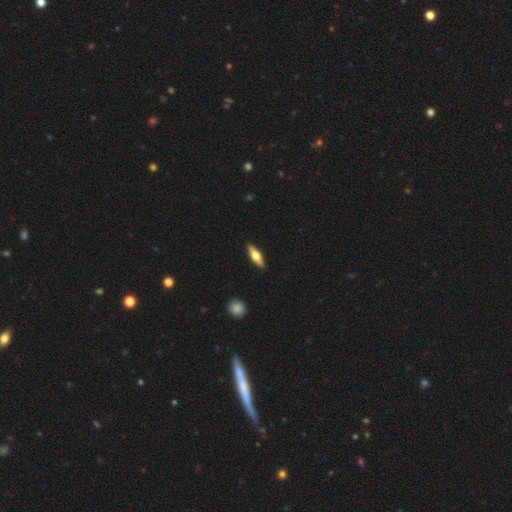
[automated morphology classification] smooth_or_featured: featured or disk (p=0.49) [alt: smooth p=0.45]
merging: none (p=0.91) [alt: minor disturbance p=0.07]